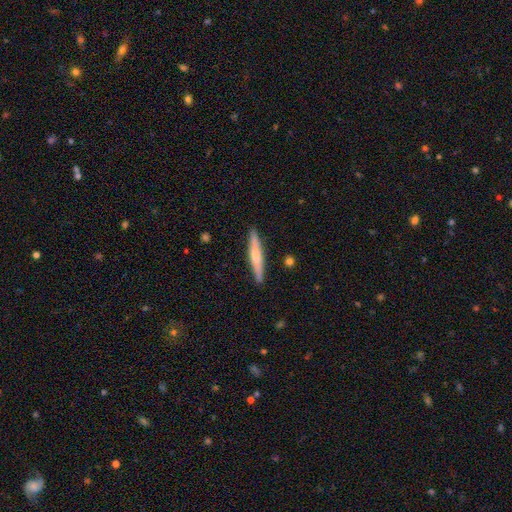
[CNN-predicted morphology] A smooth galaxy with no disk features (54%) that is cigar-shaped (93%). Merging: none (90%).